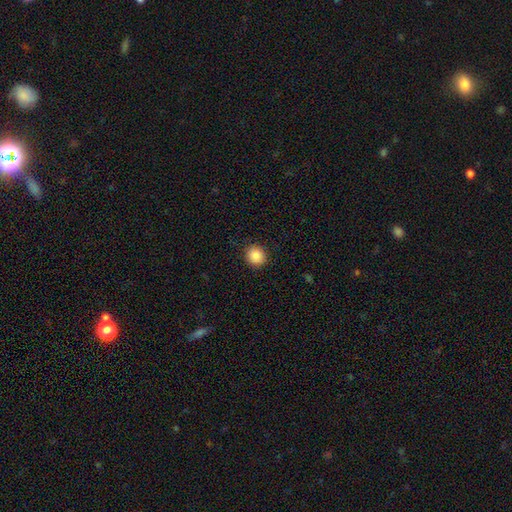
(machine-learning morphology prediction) This is clearly a smooth galaxy (88%). How rounded: clearly round (88%). Merging: clearly none (91%).